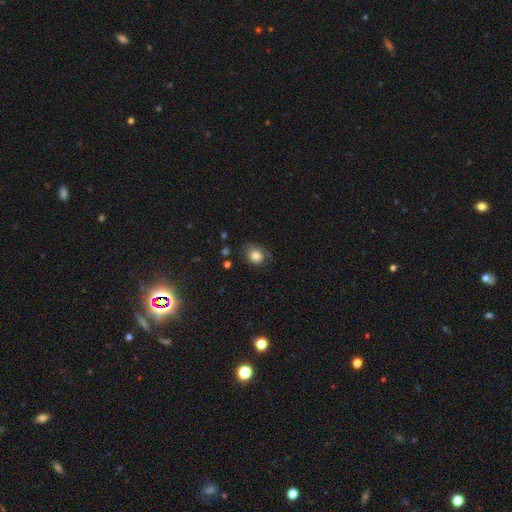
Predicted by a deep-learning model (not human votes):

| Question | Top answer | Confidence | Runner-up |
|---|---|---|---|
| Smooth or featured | smooth | 79% | featured or disk (12%) |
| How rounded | round | 58% | in between (41%) |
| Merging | none | 66% | minor disturbance (23%) |